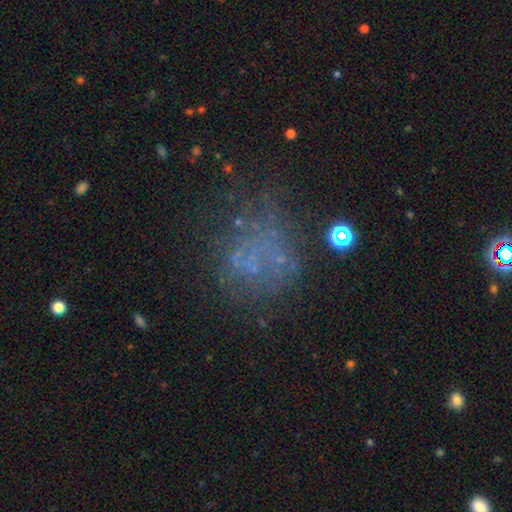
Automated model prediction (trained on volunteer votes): Overall: featured or disk (38%; smooth 31%). Merging: none (55%; major disturbance 21%).